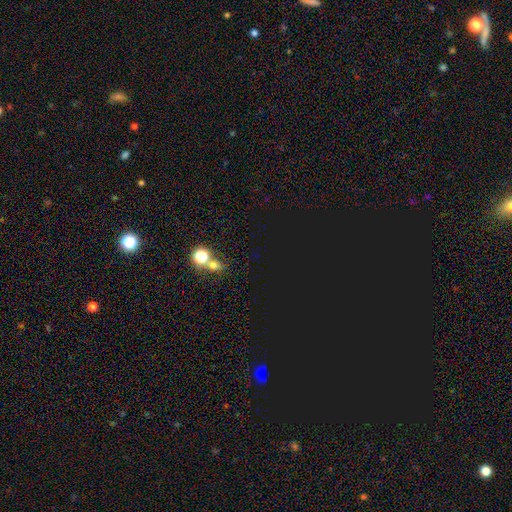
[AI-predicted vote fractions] Overall: star or artifact (61%; smooth 31%).